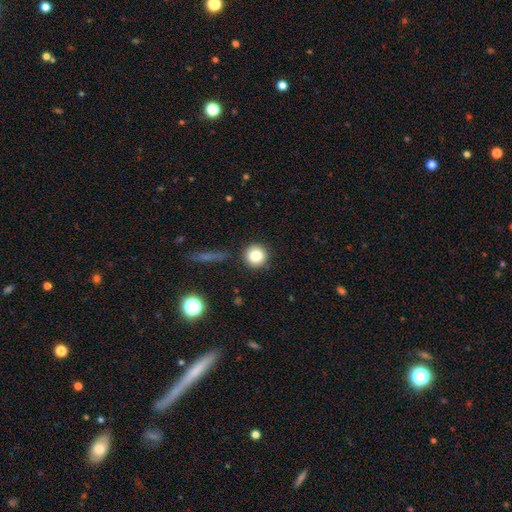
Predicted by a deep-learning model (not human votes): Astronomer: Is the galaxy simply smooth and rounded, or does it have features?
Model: smooth — 81%.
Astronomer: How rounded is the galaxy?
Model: round — 94%.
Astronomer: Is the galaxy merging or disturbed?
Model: none — 89%.